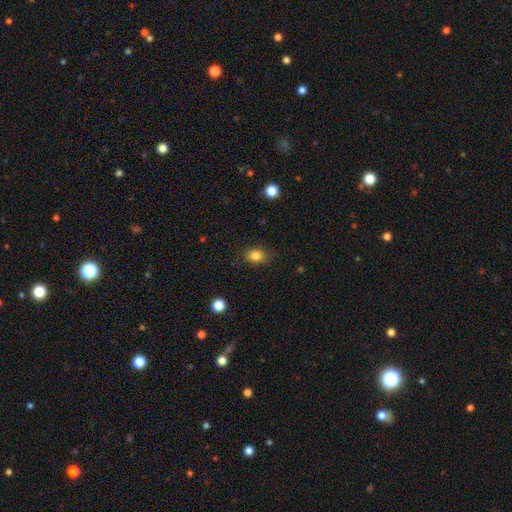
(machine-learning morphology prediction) type=smooth (83%); roundness=round (50%); merging=none (84%).